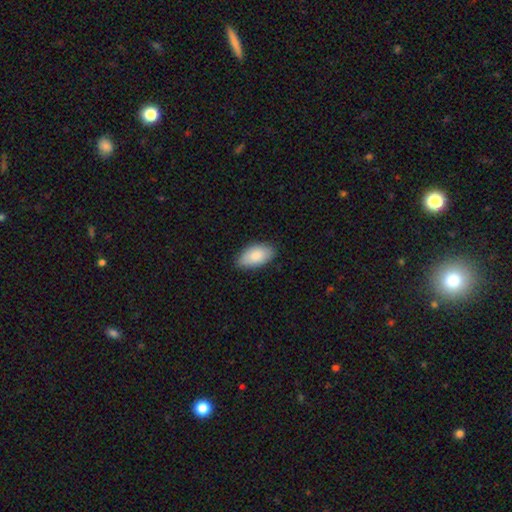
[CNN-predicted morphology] This is clearly a smooth galaxy (86%). How rounded: clearly in between (95%). Merging: clearly none (84%).